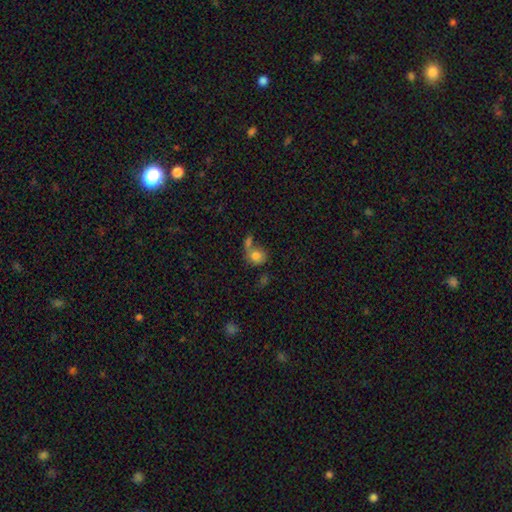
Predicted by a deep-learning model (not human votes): smooth-or-featured: smooth: 75% | featured or disk: 15% | star or artifact: 10%
  how-rounded: round: 66% | in between: 33% | cigar-shaped: 1%
  merging: merger: 45% | none: 30% | minor disturbance: 13% | major disturbance: 11%